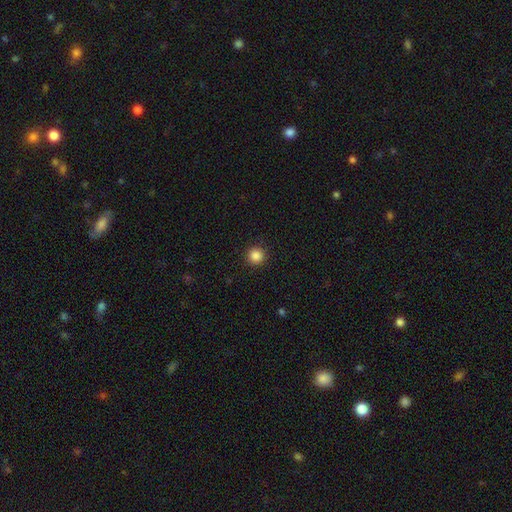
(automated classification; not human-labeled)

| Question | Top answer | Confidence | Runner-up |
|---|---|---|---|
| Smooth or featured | smooth | 86% | star or artifact (11%) |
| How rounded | round | 96% | in between (3%) |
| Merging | none | 92% | minor disturbance (5%) |